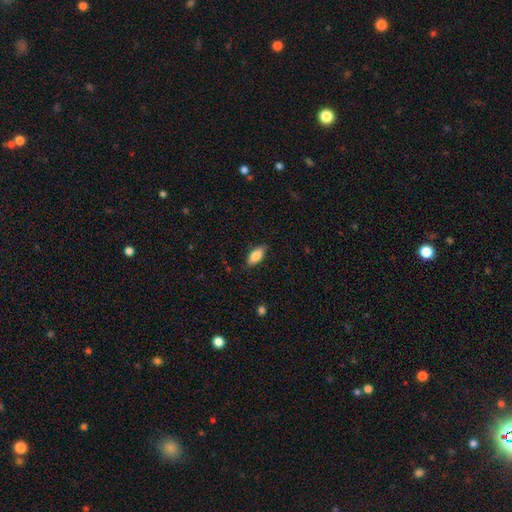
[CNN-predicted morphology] smooth-or-featured: smooth: 84% | featured or disk: 9% | star or artifact: 7%
  how-rounded: in between: 86% | cigar-shaped: 11% | round: 2%
  merging: none: 85% | minor disturbance: 12% | major disturbance: 2% | merger: 1%